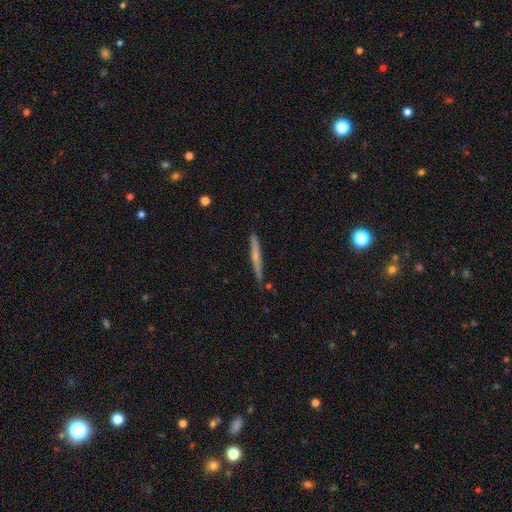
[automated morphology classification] Overall: smooth (49%; featured or disk 44%). Merging: none (85%).